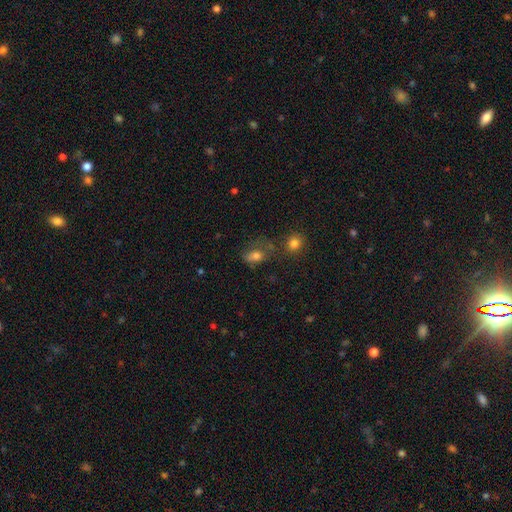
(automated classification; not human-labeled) Smooth or featured?
  - smooth: 71% *
  - featured or disk: 14%
  - star or artifact: 14%
How rounded?
  - in between: 71% *
  - round: 27%
  - cigar-shaped: 3%
Merging?
  - none: 39% *
  - minor disturbance: 23%
  - major disturbance: 19%
  - merger: 19%